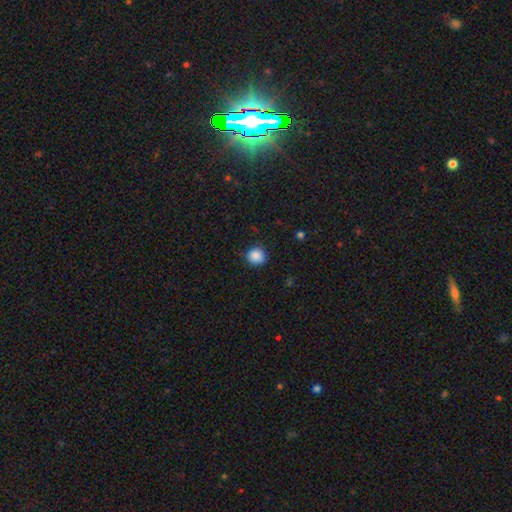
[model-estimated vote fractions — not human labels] smooth 87%, star or artifact 9%, featured or disk 3%. Down the decision tree: how rounded — round (82%); merging — none (81%).